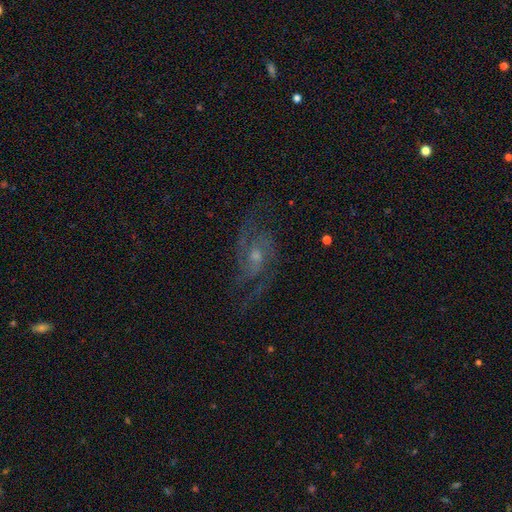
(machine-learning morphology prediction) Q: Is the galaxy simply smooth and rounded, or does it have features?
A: featured or disk — 82%.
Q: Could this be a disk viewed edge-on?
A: no — 96%.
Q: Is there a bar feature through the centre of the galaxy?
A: no — 63%.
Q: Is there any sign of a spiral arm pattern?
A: yes — 94%.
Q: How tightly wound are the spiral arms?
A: medium — 51%.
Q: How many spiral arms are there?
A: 2 — 54%.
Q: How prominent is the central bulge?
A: small — 49%.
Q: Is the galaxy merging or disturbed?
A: none — 67%.